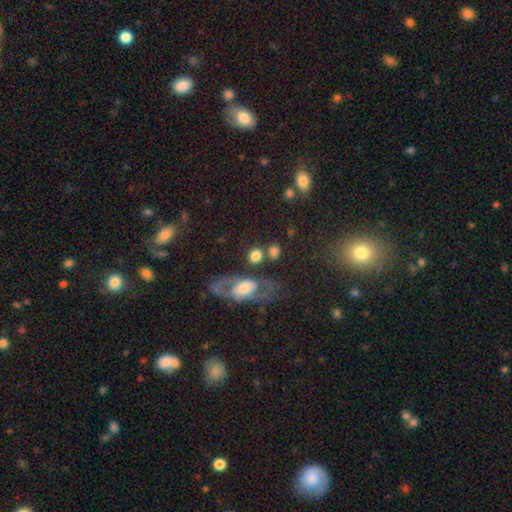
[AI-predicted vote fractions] This is likely a smooth galaxy (76%). How rounded: likely round (74%). Merging: likely none (68%).